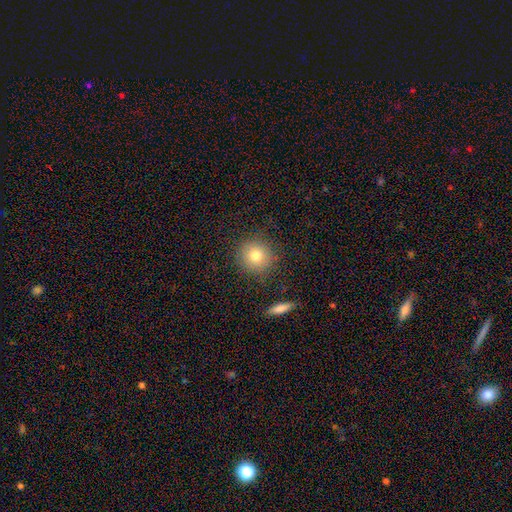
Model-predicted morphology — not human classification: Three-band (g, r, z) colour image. It shows a smooth galaxy with no disk features (78%) that is round (91%). Merging: none (86%).